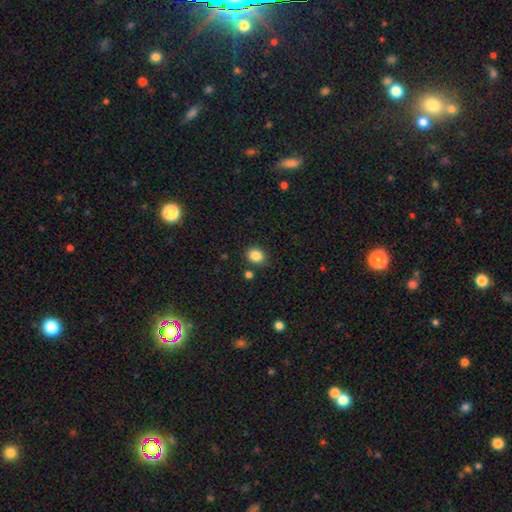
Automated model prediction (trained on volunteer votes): Smooth or featured?
  - smooth: 85% *
  - star or artifact: 11%
  - featured or disk: 5%
How rounded?
  - round: 63% *
  - in between: 36%
  - cigar-shaped: 1%
Merging?
  - none: 85% *
  - minor disturbance: 9%
  - merger: 4%
  - major disturbance: 2%